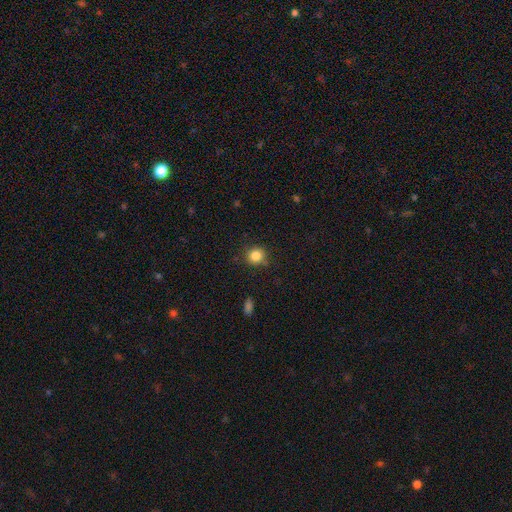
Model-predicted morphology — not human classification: This appears to be a smooth galaxy with no disk features (85%) that is round (88%). Merging: none (83%).